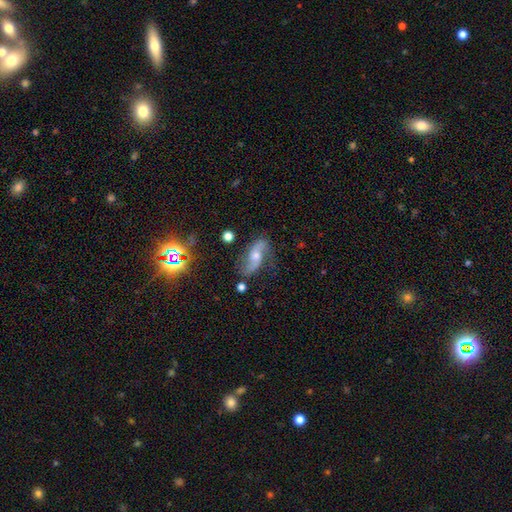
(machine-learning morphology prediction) Smooth or featured?
  - featured or disk: 74% *
  - smooth: 16%
  - star or artifact: 9%
Edge-on disk?
  - no: 92% *
  - yes: 8%
Bar?
  - no: 59% *
  - weak: 30%
  - strong: 11%
Spiral arms?
  - yes: 92% *
  - no: 8%
Spiral winding?
  - loose: 76% *
  - medium: 18%
  - tight: 6%
Spiral arm count?
  - 2: 91% *
  - can't tell: 4%
  - 1: 3%
  - 3: 1%
  - 4: 1%
  - more than 4: 1%
Bulge size?
  - moderate: 60% *
  - small: 31%
  - large: 5%
  - none: 3%
  - dominant: 1%
Merging?
  - none: 70% *
  - minor disturbance: 19%
  - major disturbance: 8%
  - merger: 3%